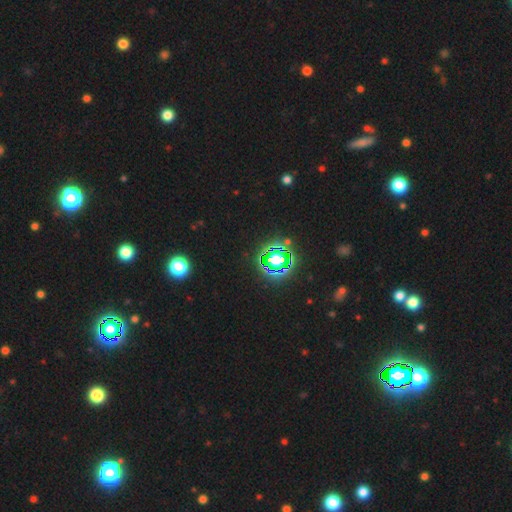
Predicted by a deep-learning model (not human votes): The model was most divided on "smooth or featured": star or artifact: 80%, smooth: 13%, featured or disk: 7%.